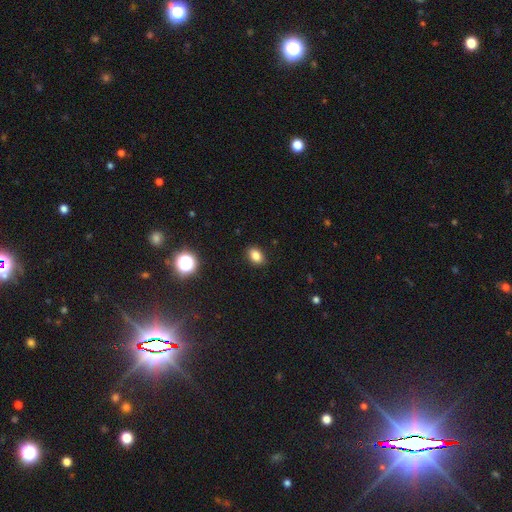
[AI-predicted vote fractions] A smooth galaxy with no disk features (83%) that is in between round and cigar-shaped (78%). Merging: none (88%).